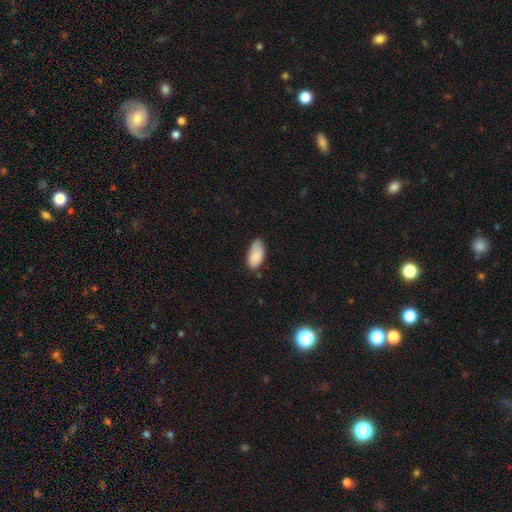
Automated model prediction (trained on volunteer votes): Smooth or featured?
  - smooth: 88% *
  - star or artifact: 7%
  - featured or disk: 5%
How rounded?
  - in between: 94% *
  - cigar-shaped: 4%
  - round: 2%
Merging?
  - none: 64% *
  - minor disturbance: 30%
  - major disturbance: 4%
  - merger: 2%